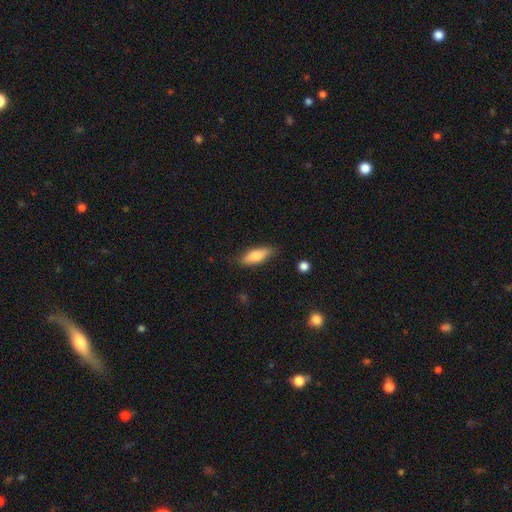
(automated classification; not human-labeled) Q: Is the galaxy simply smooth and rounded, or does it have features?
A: smooth — 79%.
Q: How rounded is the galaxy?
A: in between — 66%.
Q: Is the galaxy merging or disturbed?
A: none — 81%.